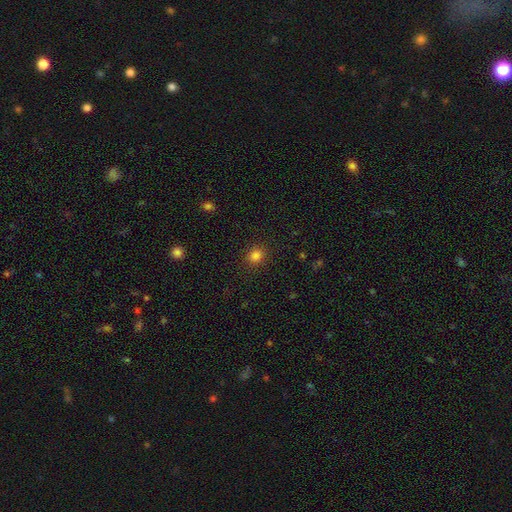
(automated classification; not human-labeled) Morphology: type=smooth (83%); roundness=round (67%); merging=none (89%).